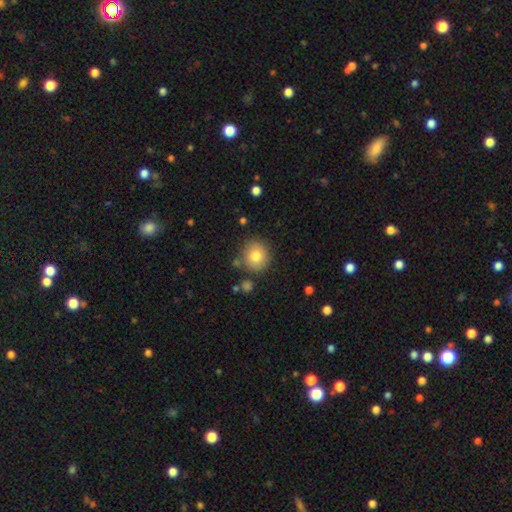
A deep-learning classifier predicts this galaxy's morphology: smooth_or_featured: smooth (p=0.79) [alt: featured or disk p=0.11]
how_rounded: round (p=0.90) [alt: in between p=0.09]
merging: none (p=0.82) [alt: minor disturbance p=0.11]